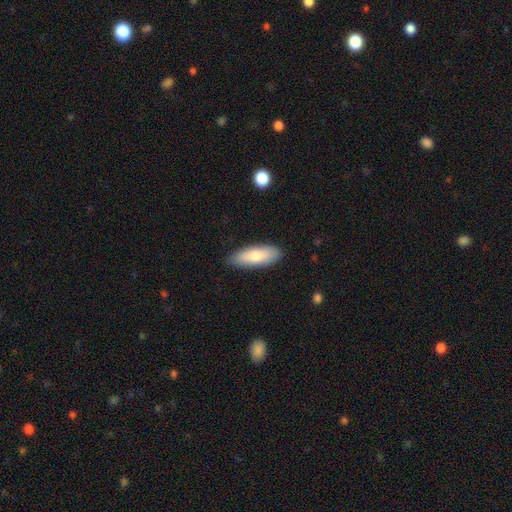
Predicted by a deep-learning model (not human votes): This appears to be a smooth galaxy with no disk features (78%) that is in between round and cigar-shaped (68%). Merging: none (86%).